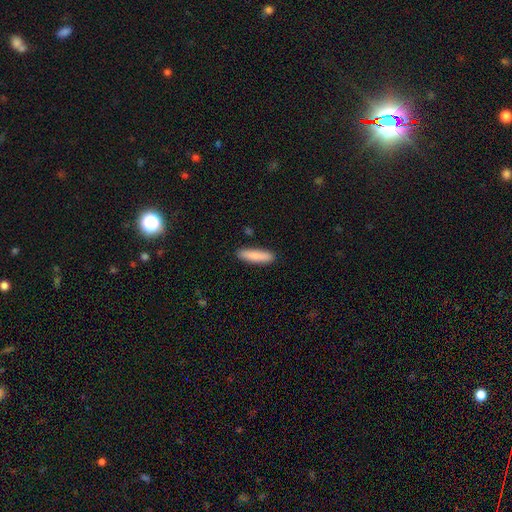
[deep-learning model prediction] Q: Smooth or featured?
A: smooth (86%); runner-up: featured or disk (8%)
Q: How rounded?
A: cigar-shaped (77%); runner-up: in between (22%)
Q: Merging?
A: none (89%); runner-up: minor disturbance (8%)